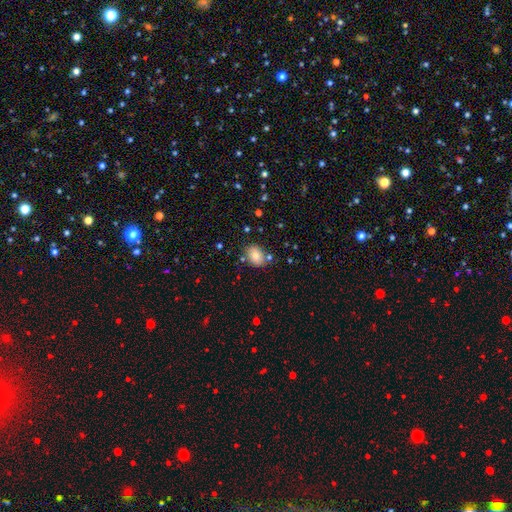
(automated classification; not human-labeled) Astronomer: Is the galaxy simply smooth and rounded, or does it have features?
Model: smooth — 80%.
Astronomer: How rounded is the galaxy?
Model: in between — 68%.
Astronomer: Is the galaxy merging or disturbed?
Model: none — 77%.